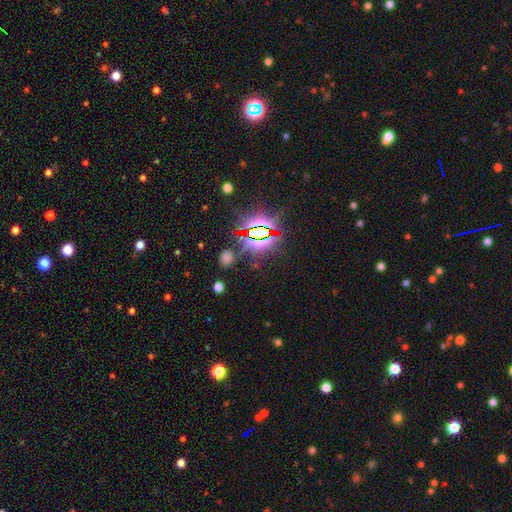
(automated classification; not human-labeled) smooth-or-featured: star or artifact: 85% | smooth: 8% | featured or disk: 7%